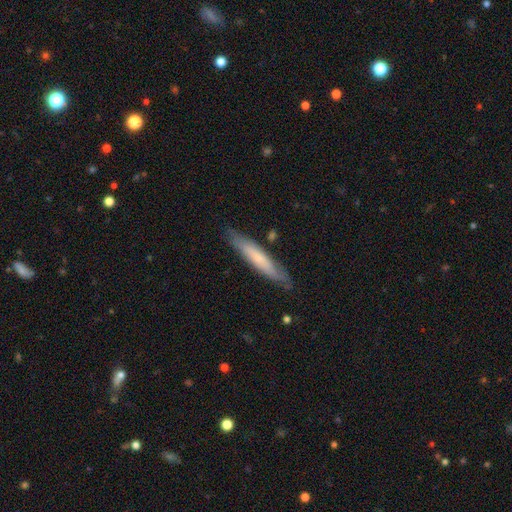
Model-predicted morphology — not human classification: A smooth galaxy with no disk features (58%) that is cigar-shaped (90%).

Vote fractions:
- Smooth or featured? smooth: 58% / featured or disk: 36% / star or artifact: 6%
- How rounded? cigar-shaped: 90% / in between: 8% / round: 1%
- Merging? none: 82% / minor disturbance: 14% / major disturbance: 2% / merger: 2%